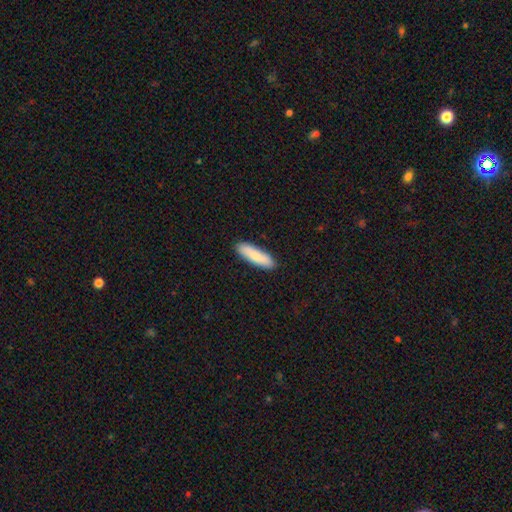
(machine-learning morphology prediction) type=smooth (84%); roundness=cigar-shaped (64%); merging=none (90%).